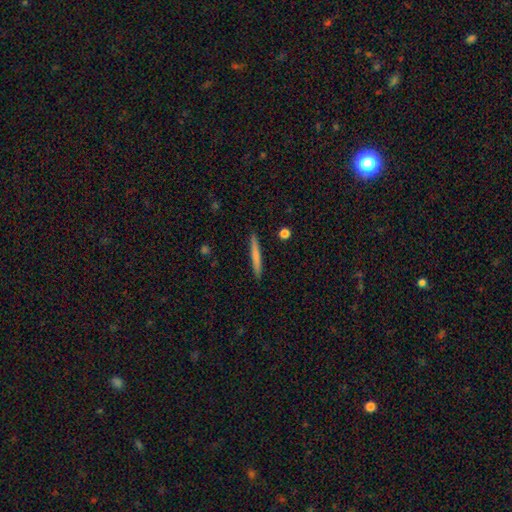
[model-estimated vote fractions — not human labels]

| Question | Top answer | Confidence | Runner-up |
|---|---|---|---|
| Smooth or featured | smooth | 69% | featured or disk (25%) |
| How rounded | cigar-shaped | 96% | in between (3%) |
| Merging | none | 91% | minor disturbance (6%) |